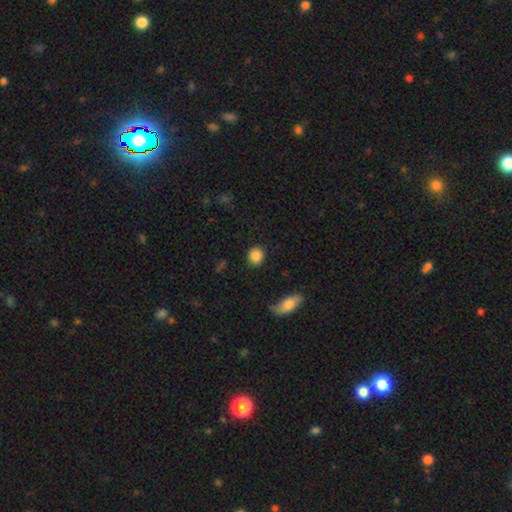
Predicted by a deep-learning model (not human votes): smooth-or-featured: smooth: 87% | star or artifact: 8% | featured or disk: 5%
  how-rounded: round: 81% | in between: 18% | cigar-shaped: 1%
  merging: none: 87% | minor disturbance: 8% | major disturbance: 3% | merger: 2%